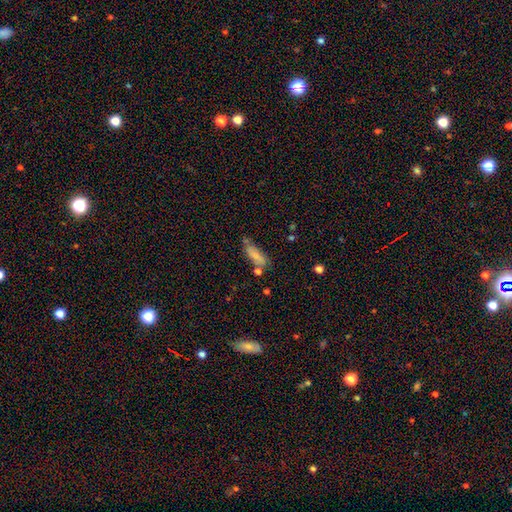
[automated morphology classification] A smooth galaxy with no disk features (75%) that is in between round and cigar-shaped (57%). Merging: none (54%).